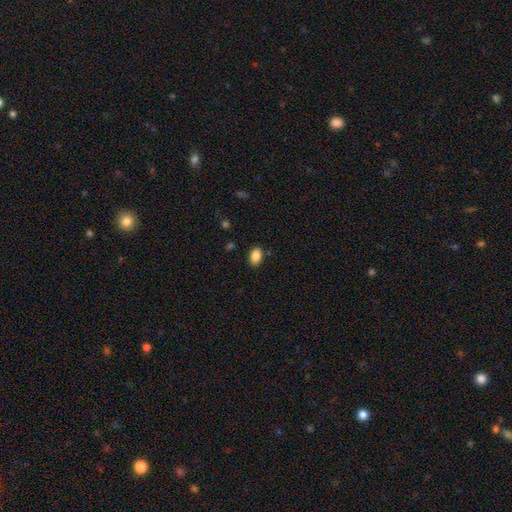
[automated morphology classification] smooth-or-featured: smooth: 86% | star or artifact: 8% | featured or disk: 6%
  how-rounded: in between: 89% | round: 9% | cigar-shaped: 2%
  merging: none: 84% | minor disturbance: 12% | major disturbance: 2% | merger: 2%